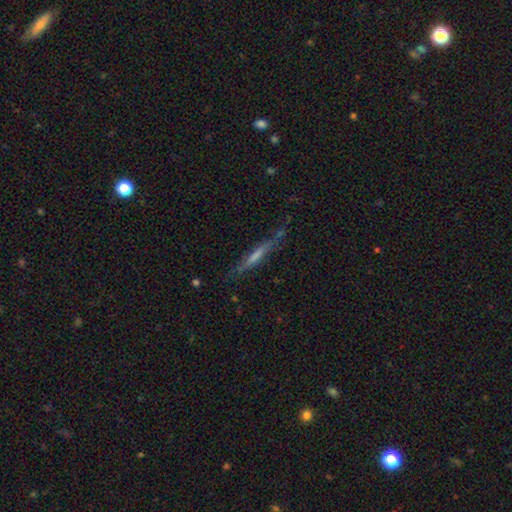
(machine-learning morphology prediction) Overall: featured or disk (53%; smooth 38%). Edge-on disk: yes (92%). Merging: none (74%).